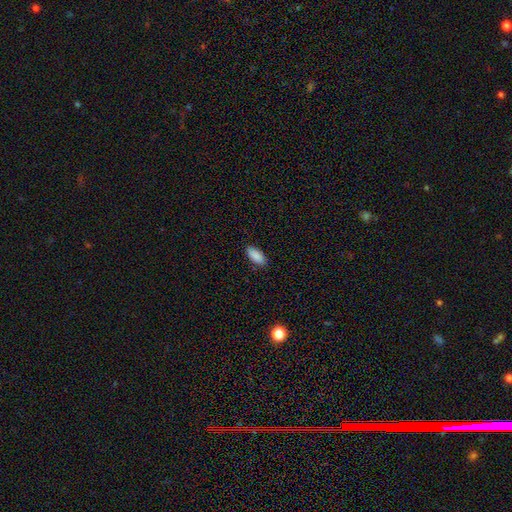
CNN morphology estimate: Overall: smooth (89%). How rounded: in between (88%). Merging: none (88%).